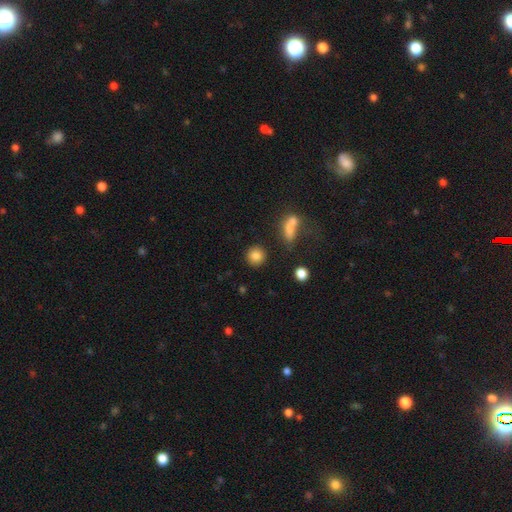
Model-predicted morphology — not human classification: Smooth or featured?
  - smooth: 84% *
  - star or artifact: 10%
  - featured or disk: 6%
How rounded?
  - round: 91% *
  - in between: 8%
  - cigar-shaped: 1%
Merging?
  - none: 86% *
  - minor disturbance: 7%
  - merger: 4%
  - major disturbance: 3%